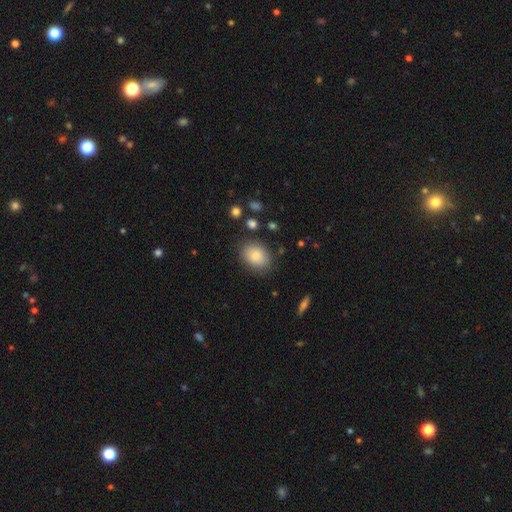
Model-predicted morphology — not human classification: Smooth or featured?
  - smooth: 85% *
  - star or artifact: 8%
  - featured or disk: 7%
How rounded?
  - in between: 66% *
  - round: 33%
  - cigar-shaped: 1%
Merging?
  - none: 82% *
  - minor disturbance: 12%
  - major disturbance: 4%
  - merger: 2%